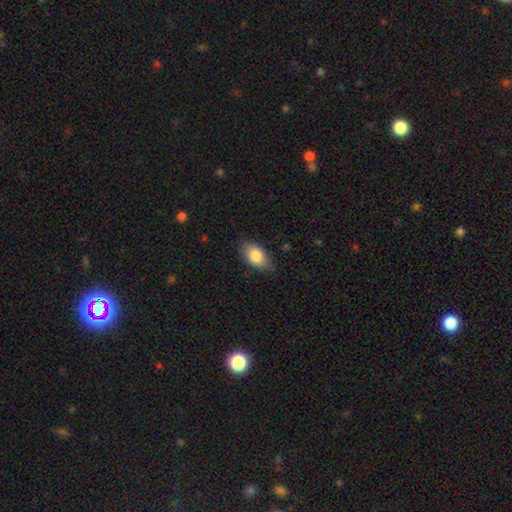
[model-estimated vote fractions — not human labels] This is clearly a smooth galaxy (85%). How rounded: clearly in between (91%). Merging: likely none (77%).